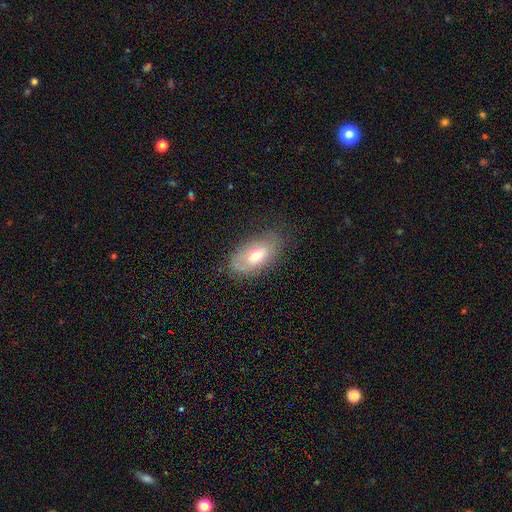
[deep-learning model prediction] Smooth or featured? smooth (57%)
How rounded? in between (90%)
Merging? none (73%)